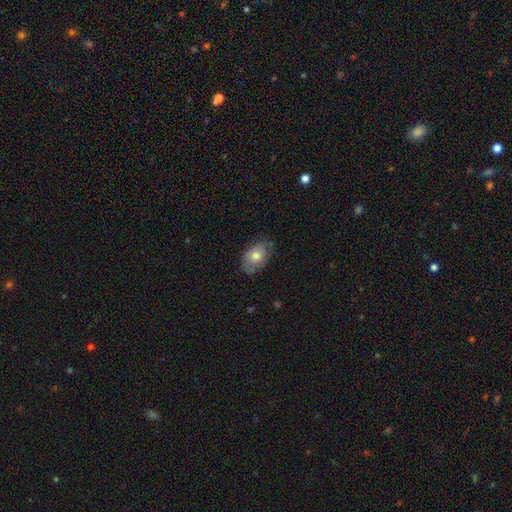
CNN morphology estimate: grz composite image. It shows a smooth galaxy with no disk features (63%) that is in between round and cigar-shaped (87%). Merging: none (67%).